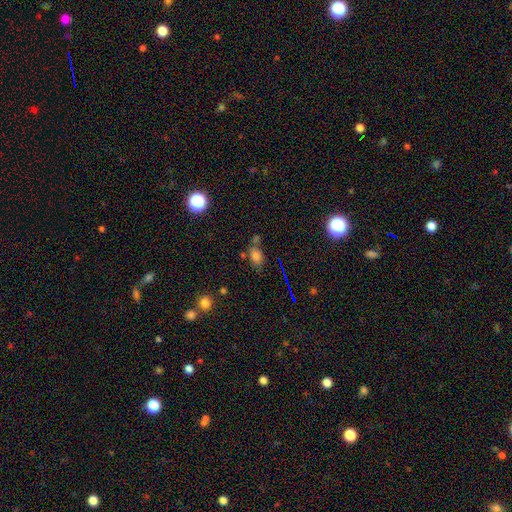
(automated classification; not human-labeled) smooth_or_featured: smooth (p=0.71) [alt: star or artifact p=0.20]
how_rounded: in between (p=0.72) [alt: round p=0.25]
merging: none (p=0.57) [alt: merger p=0.19]